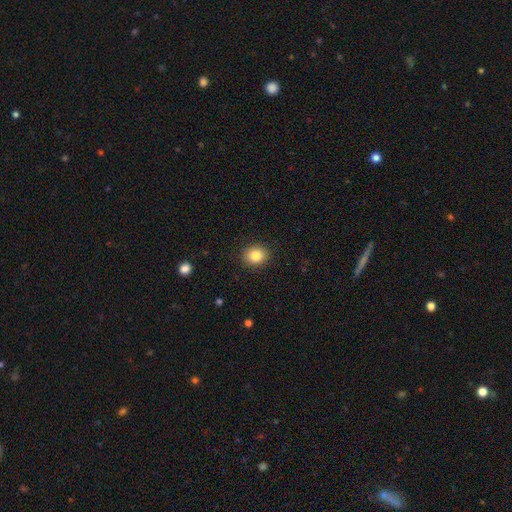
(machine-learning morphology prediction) A smooth galaxy with no disk features (85%) that is round (73%). Merging: none (90%).